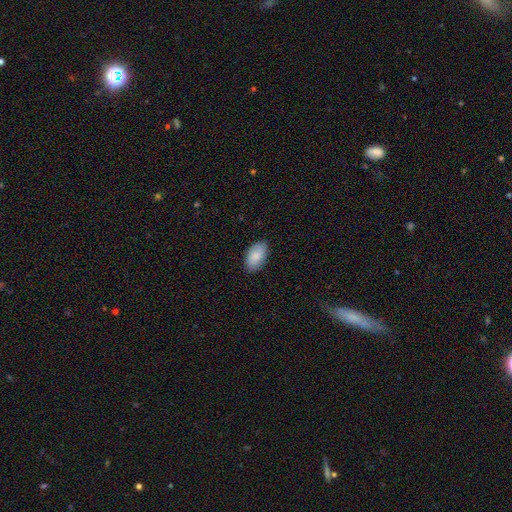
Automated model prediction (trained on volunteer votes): Q: Smooth or featured?
A: smooth (87%); runner-up: featured or disk (7%)
Q: How rounded?
A: in between (95%); runner-up: round (4%)
Q: Merging?
A: none (87%); runner-up: minor disturbance (10%)